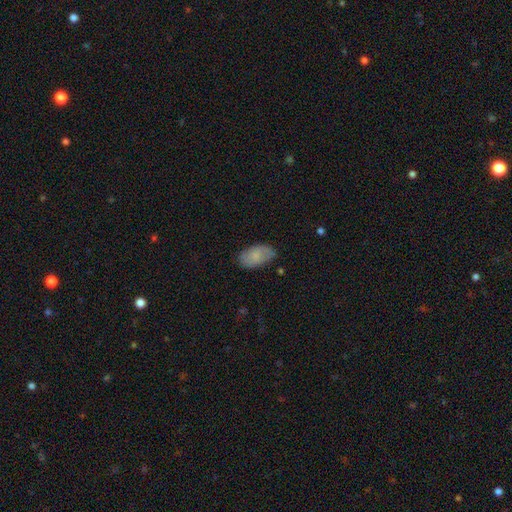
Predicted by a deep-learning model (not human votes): Morphology: type=smooth (78%); roundness=in between (94%); merging=none (76%).